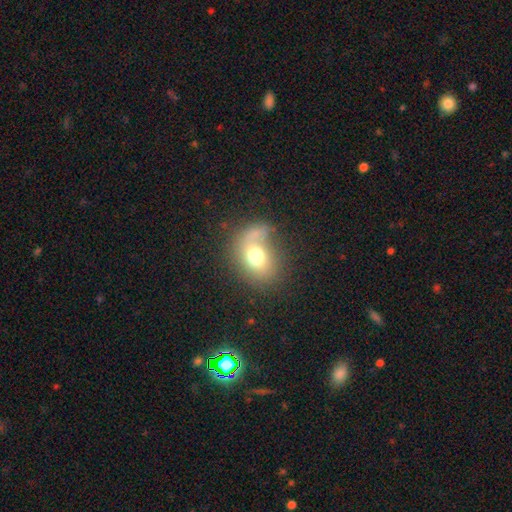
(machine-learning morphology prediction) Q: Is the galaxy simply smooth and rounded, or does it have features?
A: smooth — 66%.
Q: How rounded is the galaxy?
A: in between — 52%.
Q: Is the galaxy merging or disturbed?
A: none — 47%.